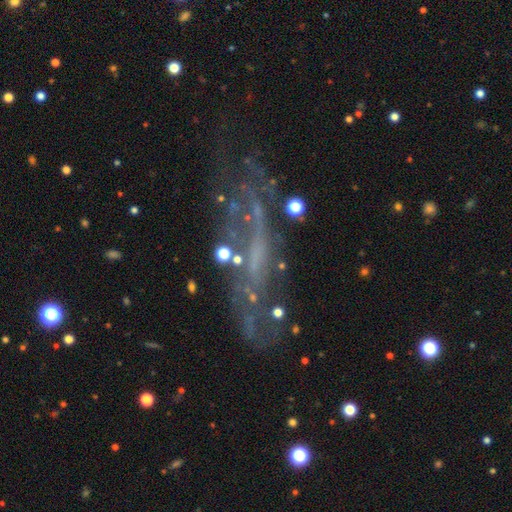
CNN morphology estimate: featured or disk 71%, smooth 15%, star or artifact 14%. Down the decision tree: edge-on disk — no (74%); bar — no (44%); spiral arms — yes (61%); bulge size — none (52%); merging — none (55%).